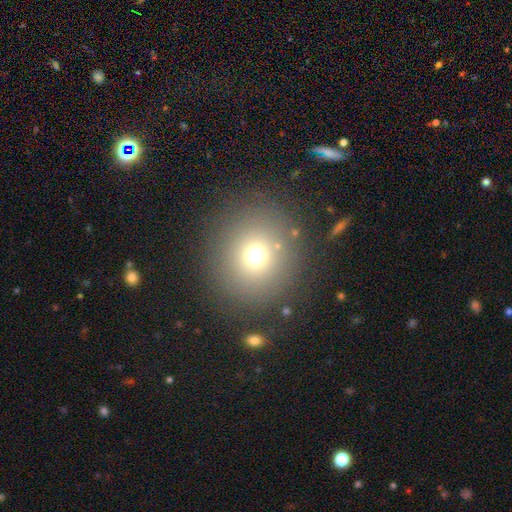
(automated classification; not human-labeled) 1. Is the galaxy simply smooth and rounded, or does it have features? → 68% smooth, 22% star or artifact, 11% featured or disk.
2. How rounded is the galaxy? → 90% round, 9% in between, 1% cigar-shaped.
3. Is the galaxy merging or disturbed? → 85% none, 7% minor disturbance, 5% major disturbance, 3% merger.